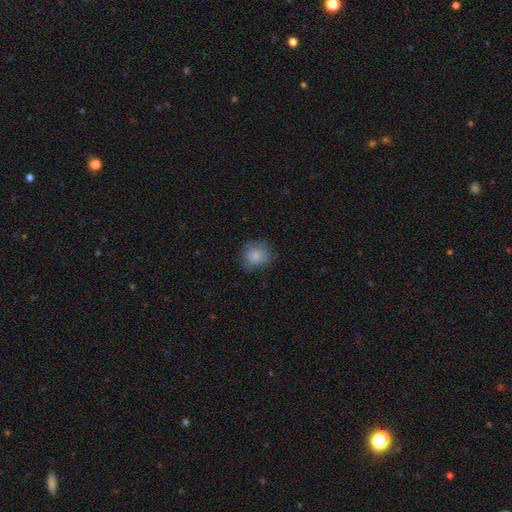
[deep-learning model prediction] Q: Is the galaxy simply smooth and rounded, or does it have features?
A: smooth — 82%.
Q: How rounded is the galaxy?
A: round — 76%.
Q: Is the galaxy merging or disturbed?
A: none — 71%.